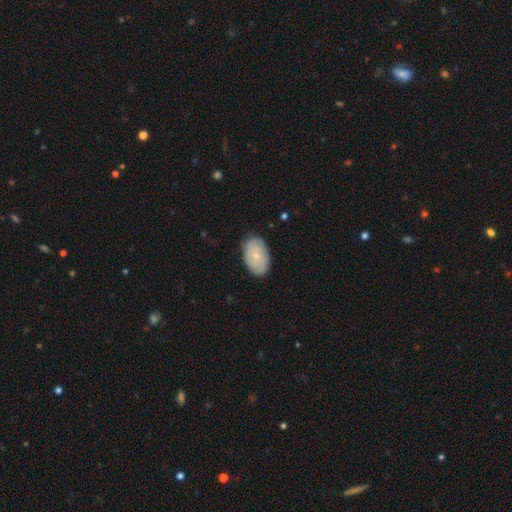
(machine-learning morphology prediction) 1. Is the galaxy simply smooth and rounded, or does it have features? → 56% smooth, 38% featured or disk, 6% star or artifact.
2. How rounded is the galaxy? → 91% in between, 7% round, 1% cigar-shaped.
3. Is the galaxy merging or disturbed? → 84% none, 13% minor disturbance, 2% major disturbance, 1% merger.